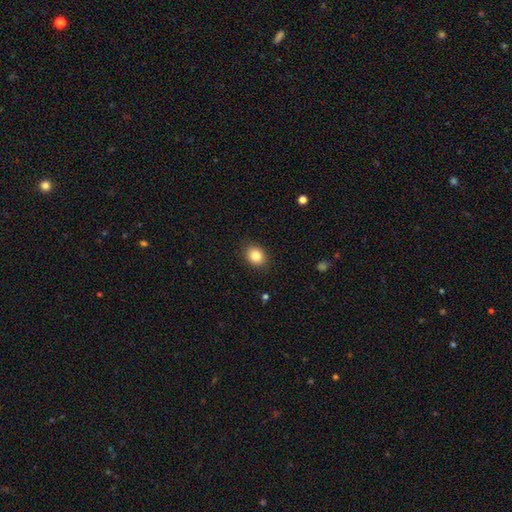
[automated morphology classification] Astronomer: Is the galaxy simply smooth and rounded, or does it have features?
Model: smooth — 84%.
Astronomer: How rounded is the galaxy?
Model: in between — 51% (runner-up: round, 48%).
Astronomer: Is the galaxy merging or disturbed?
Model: none — 88%.